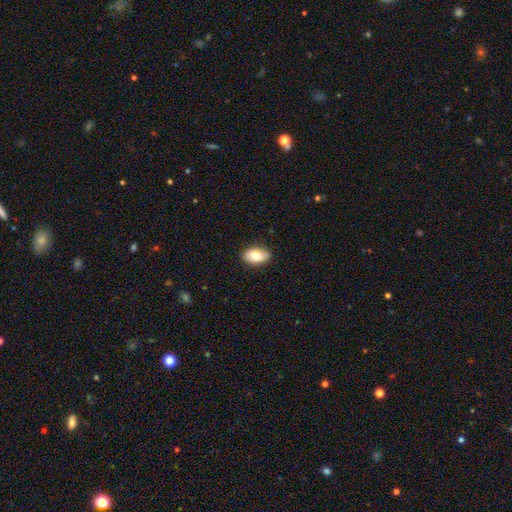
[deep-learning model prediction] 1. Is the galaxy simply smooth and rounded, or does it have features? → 77% smooth, 16% featured or disk, 7% star or artifact.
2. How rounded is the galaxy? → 91% in between, 7% round, 2% cigar-shaped.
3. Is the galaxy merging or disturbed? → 86% none, 11% minor disturbance, 2% major disturbance, 1% merger.